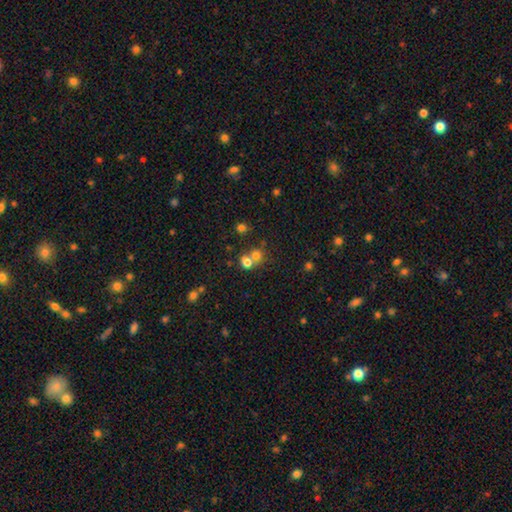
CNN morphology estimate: Smooth or featured: smooth — 71% (star or artifact — 16%)
How rounded: round — 78% (in between — 21%)
Merging: merger — 53% (none — 38%)